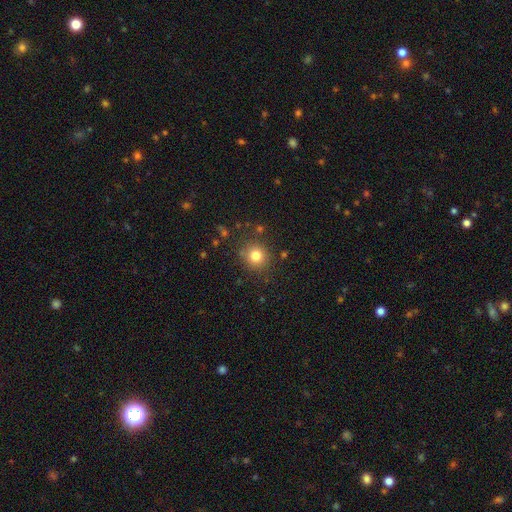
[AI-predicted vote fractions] Smooth or featured? smooth (80%)
How rounded? round (90%)
Merging? none (84%)